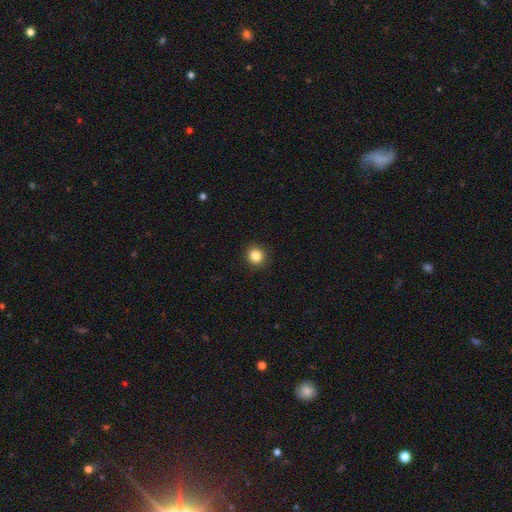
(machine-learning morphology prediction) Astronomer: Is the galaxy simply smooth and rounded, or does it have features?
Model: smooth — 85%.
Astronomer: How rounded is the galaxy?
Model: round — 89%.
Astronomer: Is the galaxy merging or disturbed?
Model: none — 92%.